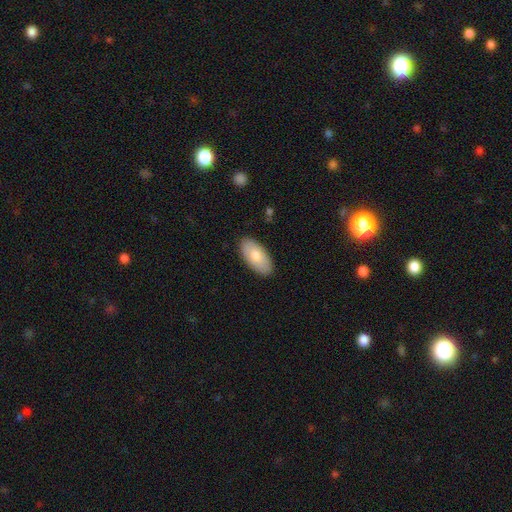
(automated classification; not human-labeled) Morphology: type=smooth (76%); roundness=in between (94%); merging=none (88%).